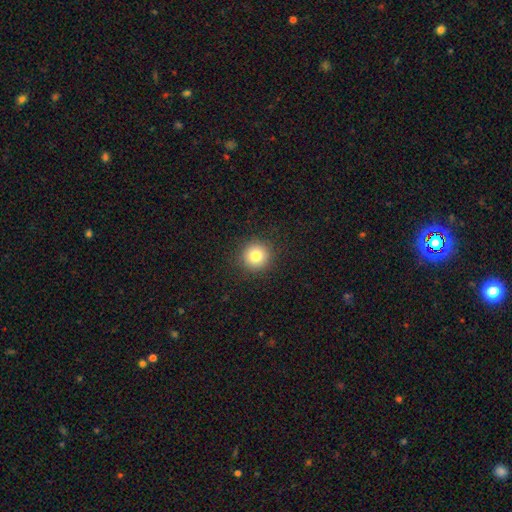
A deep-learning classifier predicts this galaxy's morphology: type=smooth (81%); roundness=round (95%); merging=none (91%).